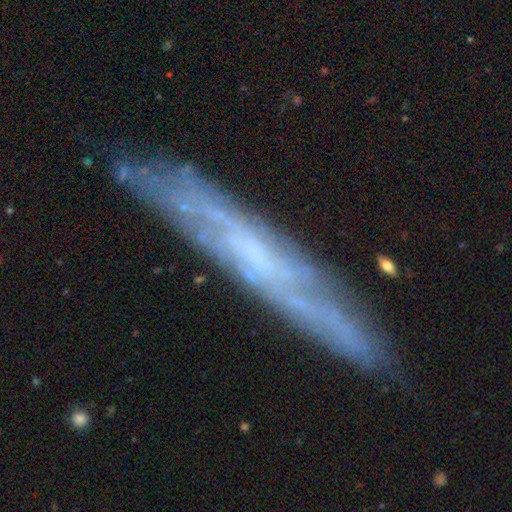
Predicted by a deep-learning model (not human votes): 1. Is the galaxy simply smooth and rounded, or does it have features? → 70% featured or disk, 21% smooth, 9% star or artifact.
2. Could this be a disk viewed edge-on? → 74% yes, 26% no.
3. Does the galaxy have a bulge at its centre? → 74% none, 19% rounded, 6% boxy.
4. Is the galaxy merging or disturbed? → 83% none, 12% minor disturbance, 3% major disturbance, 2% merger.